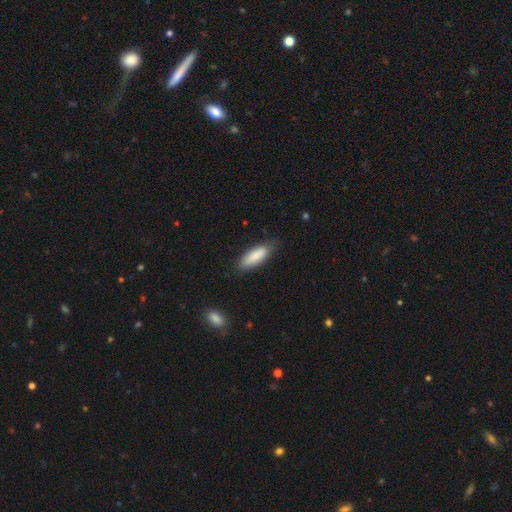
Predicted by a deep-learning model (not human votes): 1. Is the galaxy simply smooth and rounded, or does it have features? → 86% smooth, 8% featured or disk, 6% star or artifact.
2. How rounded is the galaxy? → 62% in between, 36% cigar-shaped, 2% round.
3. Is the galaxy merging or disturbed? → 75% none, 20% minor disturbance, 4% major disturbance, 1% merger.